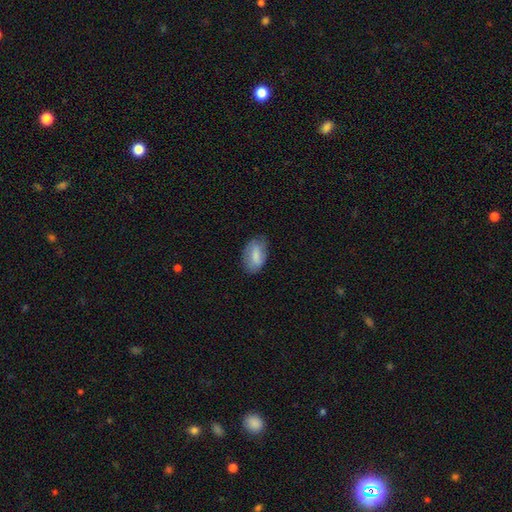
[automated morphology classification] Overall: smooth (75%). How rounded: in between (92%). Merging: none (73%).